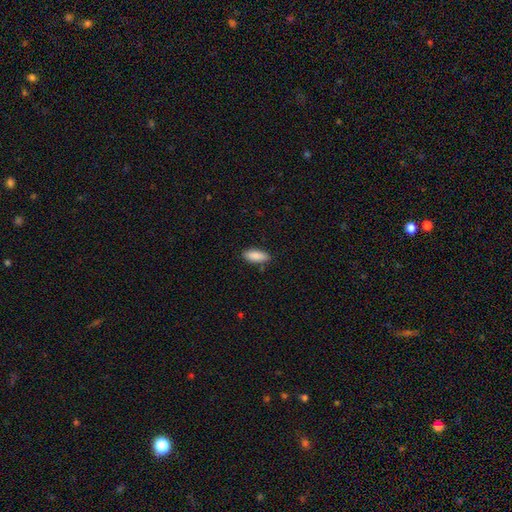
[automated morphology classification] Smooth or featured? Predicted: smooth (p=0.88). How rounded? Predicted: in between (p=0.79). Merging? Predicted: none (p=0.84).